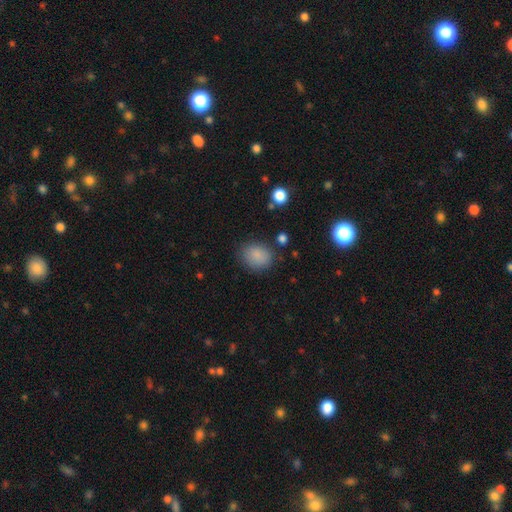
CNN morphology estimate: Smooth or featured?
  - smooth: 86% *
  - star or artifact: 10%
  - featured or disk: 5%
How rounded?
  - round: 50% *
  - in between: 49%
  - cigar-shaped: 1%
Merging?
  - none: 78% *
  - minor disturbance: 15%
  - major disturbance: 4%
  - merger: 2%